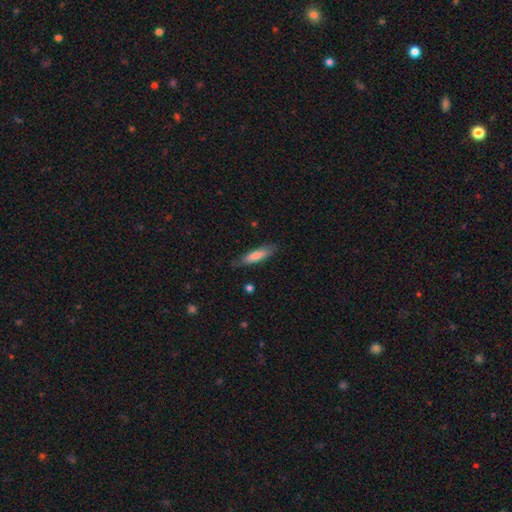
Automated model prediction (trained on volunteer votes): The model was most divided on "how rounded": cigar-shaped: 73%, in between: 26%, round: 1%. More confident: merging — none (79%); smooth or featured — smooth (77%).